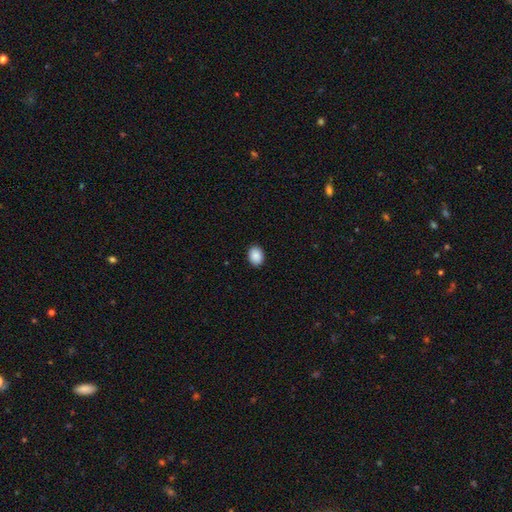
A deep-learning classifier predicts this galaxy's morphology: A smooth galaxy with no disk features (90%) that is in between round and cigar-shaped (63%). Merging: none (91%).